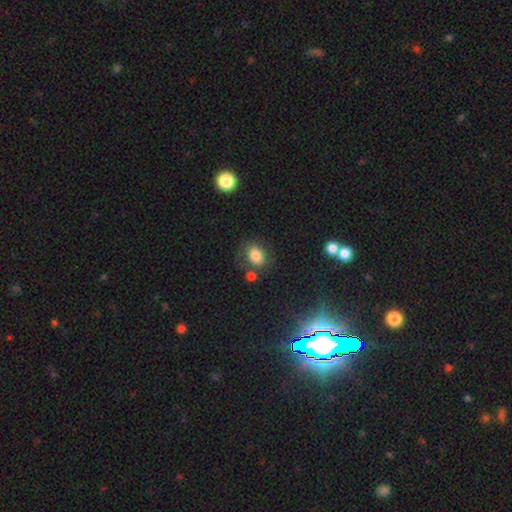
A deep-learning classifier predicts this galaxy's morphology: smooth 80%, star or artifact 11%, featured or disk 9%. Down the decision tree: how rounded — in between (61%); merging — none (67%).